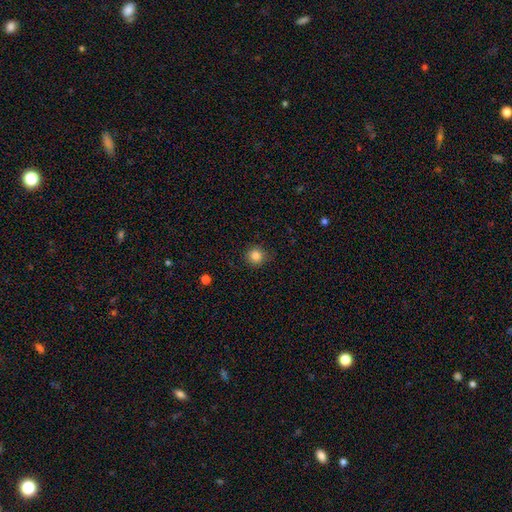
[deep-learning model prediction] smooth 84%, star or artifact 11%, featured or disk 5%. Down the decision tree: how rounded — round (93%); merging — none (89%).